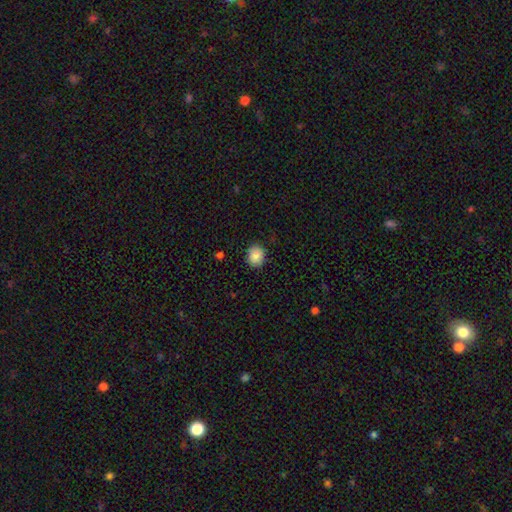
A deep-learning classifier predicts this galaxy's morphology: smooth 86%, star or artifact 8%, featured or disk 6%. Down the decision tree: how rounded — round (65%); merging — none (86%).